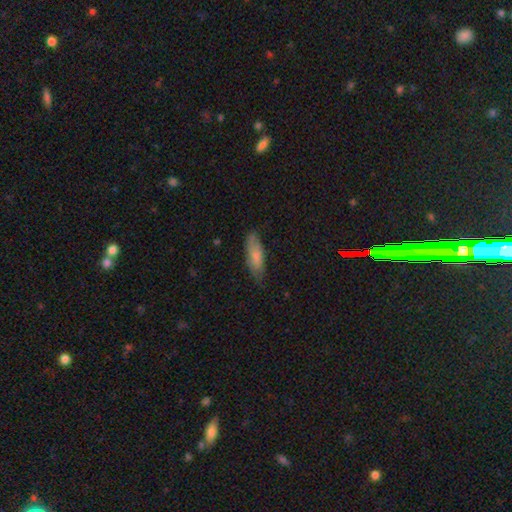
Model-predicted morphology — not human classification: A smooth galaxy with no disk features (74%) that is in between round and cigar-shaped (59%).

Vote fractions:
- Smooth or featured? smooth: 74% / featured or disk: 20% / star or artifact: 6%
- How rounded? in between: 59% / cigar-shaped: 39% / round: 2%
- Merging? none: 72% / minor disturbance: 23% / major disturbance: 4% / merger: 1%